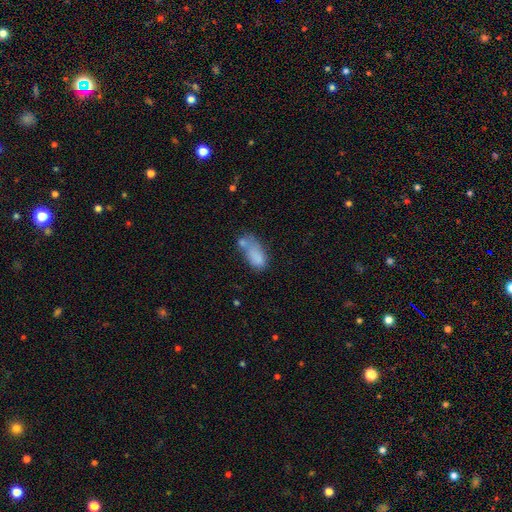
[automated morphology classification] smooth_or_featured: smooth (p=0.76) [alt: featured or disk p=0.15]
how_rounded: in between (p=0.89) [alt: cigar-shaped p=0.06]
merging: merger (p=0.33) [alt: none p=0.28]